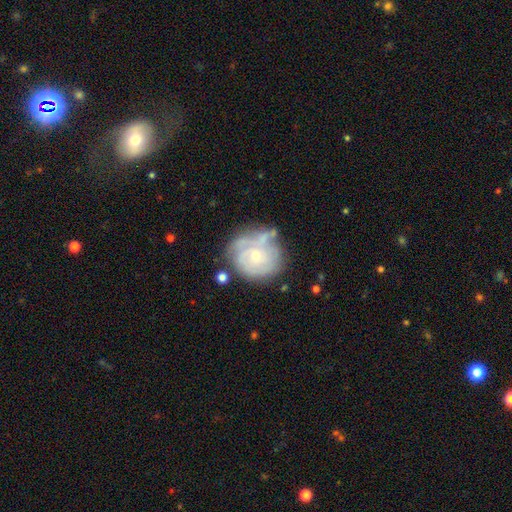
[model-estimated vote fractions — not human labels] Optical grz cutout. It shows a featured or disk galaxy (67%) with no bar (82%), spiral arms (73%) and a small central bulge (73%). Merging: none (53%).